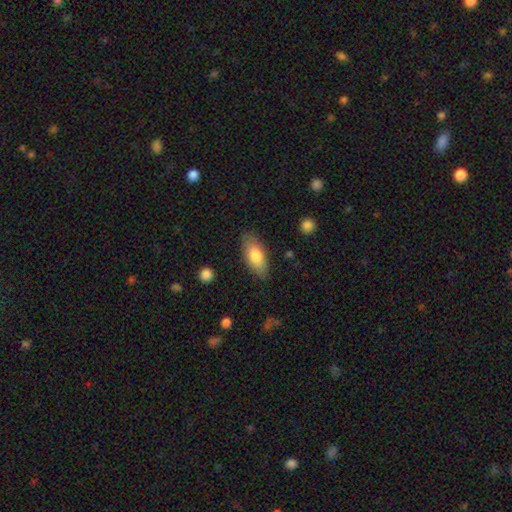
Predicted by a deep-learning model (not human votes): The model was most divided on "smooth or featured": smooth: 77%, featured or disk: 17%, star or artifact: 6%. More confident: how rounded — in between (84%); merging — none (83%).